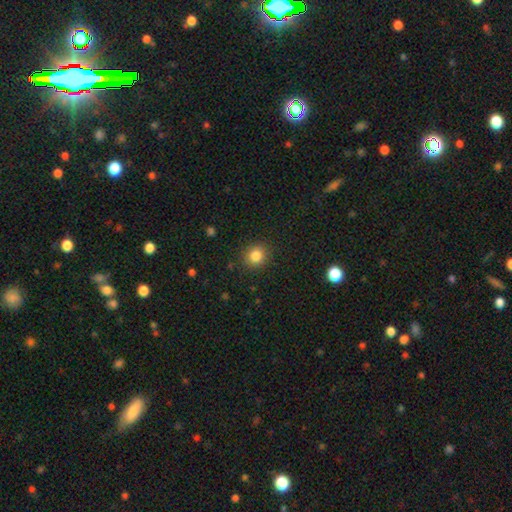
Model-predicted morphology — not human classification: smooth_or_featured: smooth (p=0.84) [alt: star or artifact p=0.11]
how_rounded: round (p=0.84) [alt: in between p=0.15]
merging: none (p=0.88) [alt: minor disturbance p=0.08]